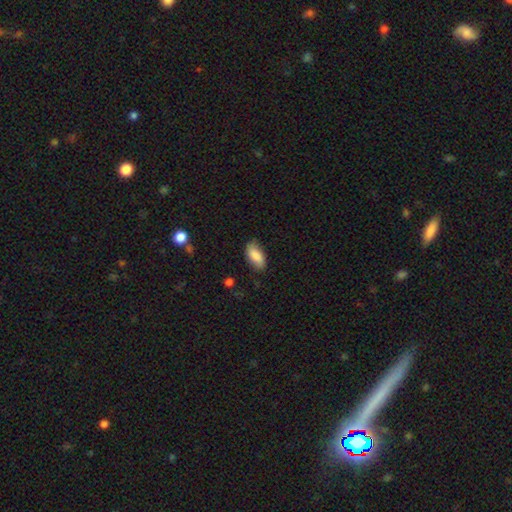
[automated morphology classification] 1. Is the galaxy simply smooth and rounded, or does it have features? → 81% smooth, 12% featured or disk, 7% star or artifact.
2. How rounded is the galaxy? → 90% in between, 7% cigar-shaped, 3% round.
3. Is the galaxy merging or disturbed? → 73% none, 21% minor disturbance, 4% major disturbance, 1% merger.